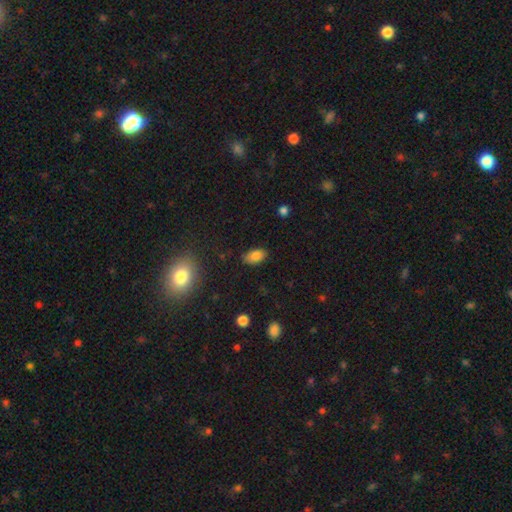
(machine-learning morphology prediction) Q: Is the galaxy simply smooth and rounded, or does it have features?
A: smooth — 83%.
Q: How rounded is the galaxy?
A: in between — 92%.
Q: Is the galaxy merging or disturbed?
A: none — 84%.